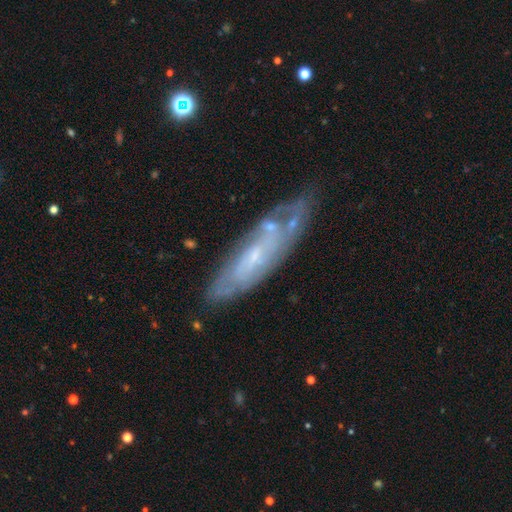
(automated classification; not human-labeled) smooth-or-featured: featured or disk: 70% | smooth: 23% | star or artifact: 7%
  disk-edge-on: no: 73% | yes: 27%
    bar: no: 63% | weak: 30% | strong: 7%
    has-spiral-arms: yes: 73% | no: 27%
    bulge-size: small: 72% | moderate: 20% | none: 6% | large: 1% | dominant: 1%
  merging: none: 68% | minor disturbance: 21% | major disturbance: 6% | merger: 5%